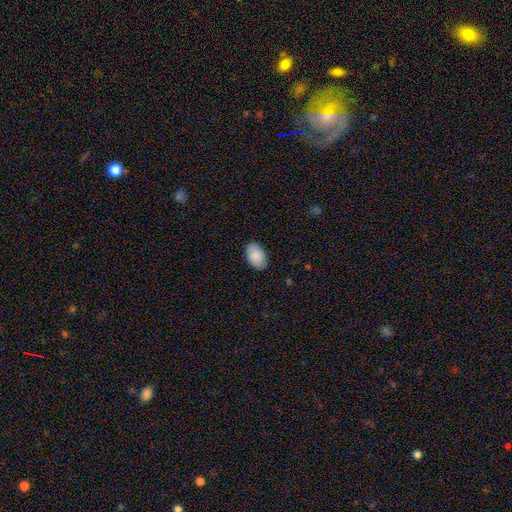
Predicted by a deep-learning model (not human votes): Overall: smooth (89%). How rounded: in between (93%). Merging: none (85%).